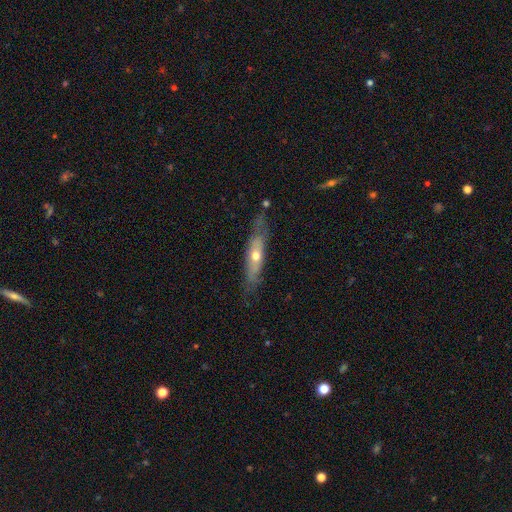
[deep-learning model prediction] Overall: featured or disk (60%; smooth 34%). Edge-on disk: yes (58%; no 42%). Merging: none (71%).